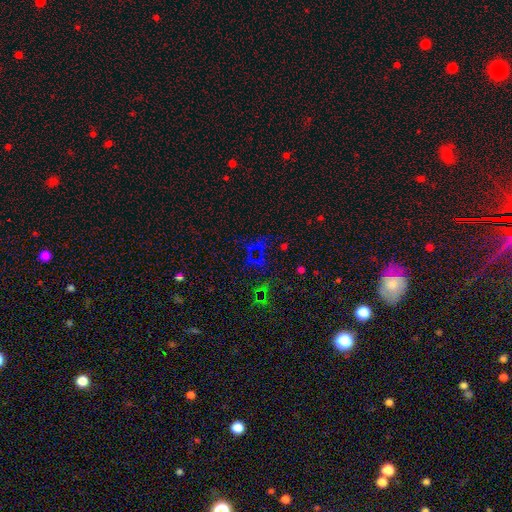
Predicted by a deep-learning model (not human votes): Overall: star or artifact (68%).